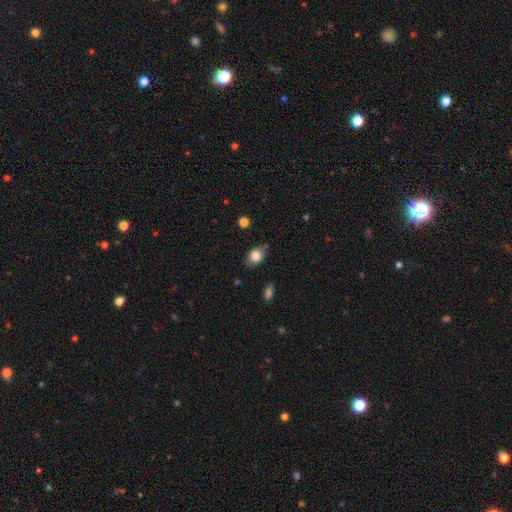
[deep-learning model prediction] smooth 81%, featured or disk 11%, star or artifact 9%. Down the decision tree: how rounded — in between (75%); merging — none (76%).